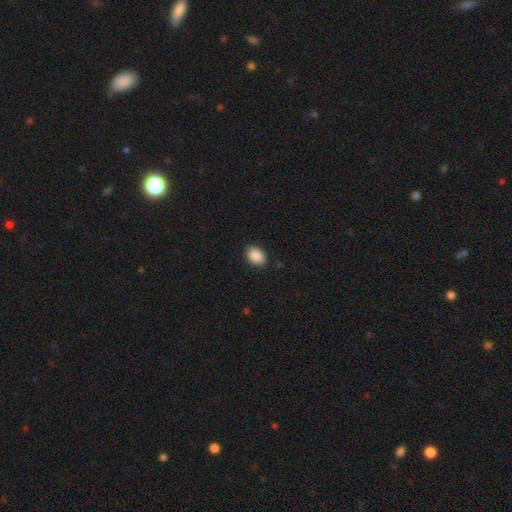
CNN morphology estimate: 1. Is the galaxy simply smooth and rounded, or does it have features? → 90% smooth, 7% star or artifact, 3% featured or disk.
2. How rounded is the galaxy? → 81% in between, 18% round, 1% cigar-shaped.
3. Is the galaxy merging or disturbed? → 88% none, 9% minor disturbance, 2% major disturbance, 1% merger.